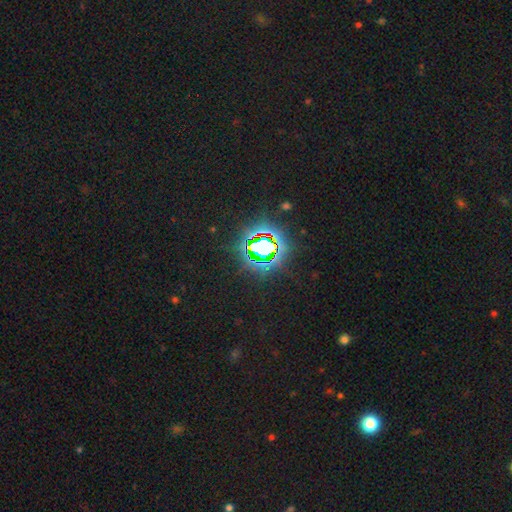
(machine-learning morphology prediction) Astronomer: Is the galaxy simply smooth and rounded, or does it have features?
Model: star or artifact — 80%.